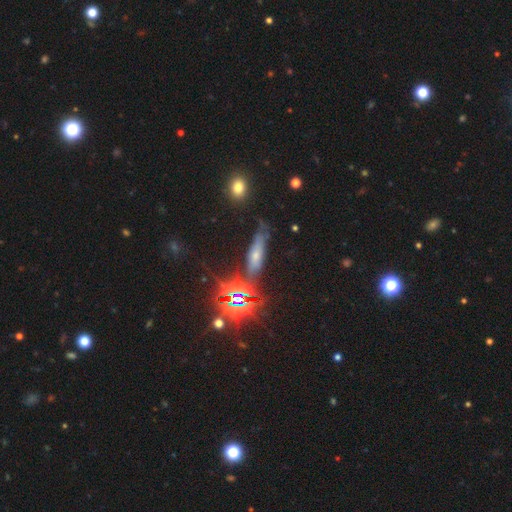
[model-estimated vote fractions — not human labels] The model was most divided on "smooth or featured": smooth: 43%, star or artifact: 32%, featured or disk: 25%. More confident: merging — none (64%).